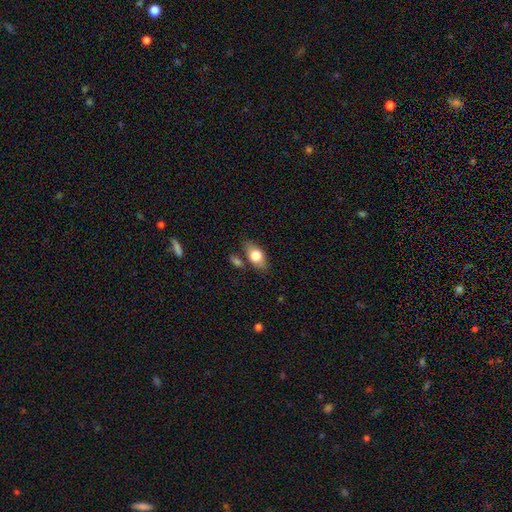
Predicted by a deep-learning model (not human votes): Morphology: type=smooth (75%); roundness=in between (85%); merging=none (70%).